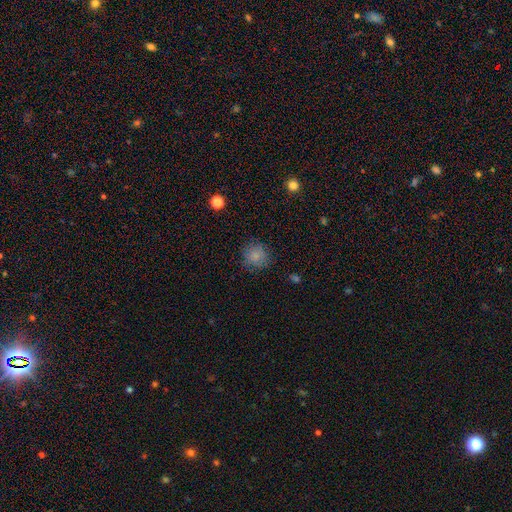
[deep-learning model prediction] A smooth galaxy with no disk features (83%) that is round (89%).

Vote fractions:
- Smooth or featured? smooth: 83% / star or artifact: 11% / featured or disk: 6%
- How rounded? round: 89% / in between: 10% / cigar-shaped: 1%
- Merging? none: 82% / minor disturbance: 13% / major disturbance: 4% / merger: 1%